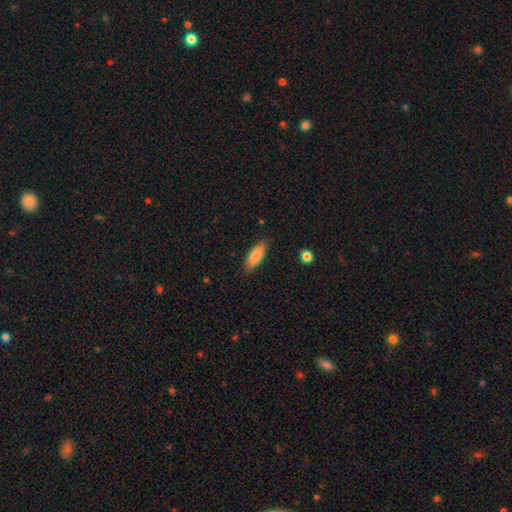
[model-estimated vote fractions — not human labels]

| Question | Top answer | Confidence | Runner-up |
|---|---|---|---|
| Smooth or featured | smooth | 82% | featured or disk (12%) |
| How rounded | in between | 69% | cigar-shaped (29%) |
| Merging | none | 85% | minor disturbance (11%) |